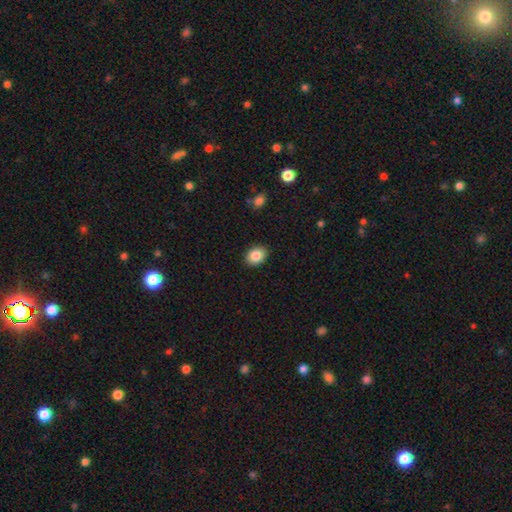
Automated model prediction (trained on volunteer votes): Smooth or featured?
  - smooth: 87% *
  - star or artifact: 8%
  - featured or disk: 5%
How rounded?
  - in between: 60% *
  - round: 39%
  - cigar-shaped: 1%
Merging?
  - none: 89% *
  - minor disturbance: 8%
  - major disturbance: 2%
  - merger: 1%